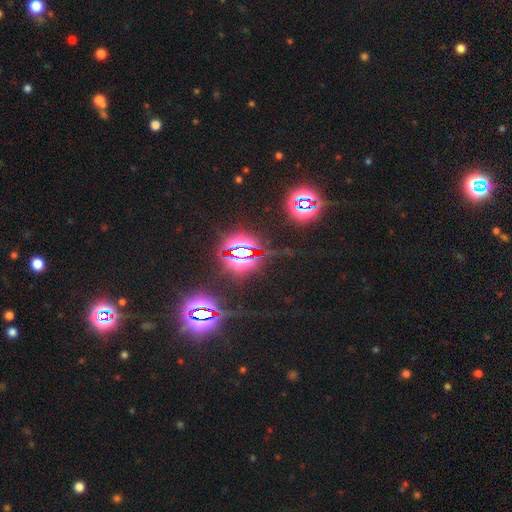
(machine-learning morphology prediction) This is clearly a star or artifact rather than a galaxy (84%).